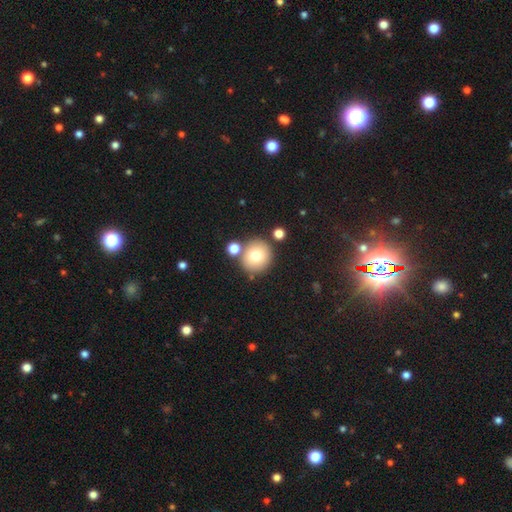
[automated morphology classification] This appears to be a smooth galaxy with no disk features (75%) that is round (89%). Merging: none (75%).